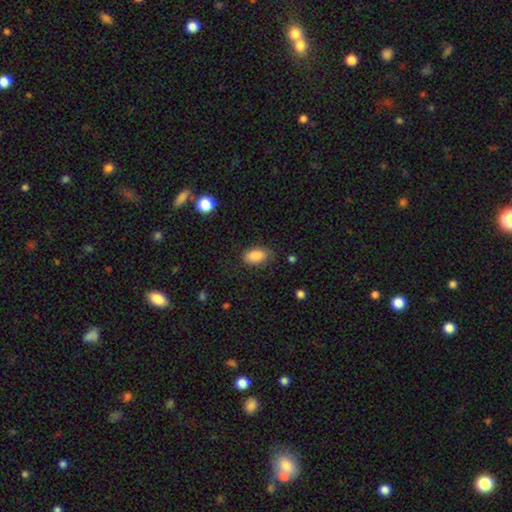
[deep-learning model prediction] Morphology: type=smooth (88%); roundness=in between (90%); merging=none (79%).